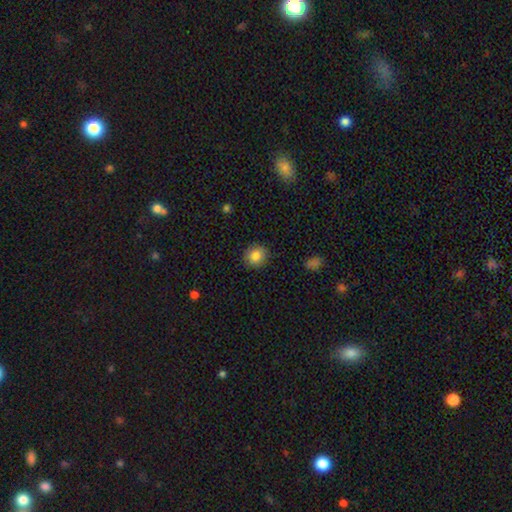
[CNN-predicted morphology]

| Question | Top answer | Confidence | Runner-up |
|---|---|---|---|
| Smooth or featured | smooth | 83% | star or artifact (9%) |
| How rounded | round | 85% | in between (14%) |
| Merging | none | 90% | minor disturbance (7%) |